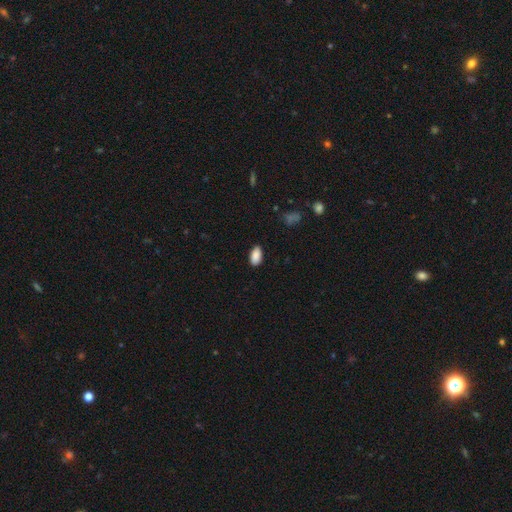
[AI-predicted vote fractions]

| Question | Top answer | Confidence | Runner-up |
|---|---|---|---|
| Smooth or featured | smooth | 89% | star or artifact (7%) |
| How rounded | in between | 94% | round (3%) |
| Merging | none | 86% | minor disturbance (11%) |